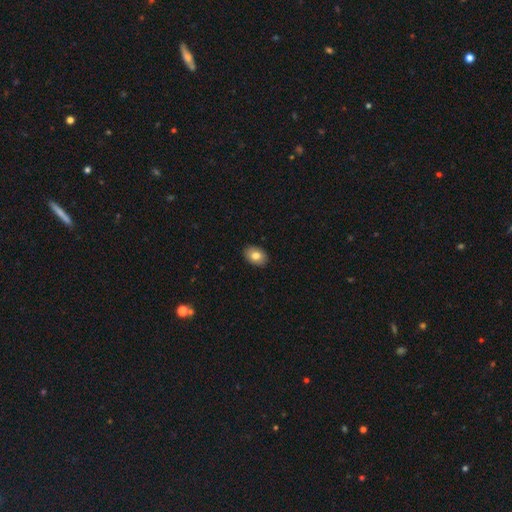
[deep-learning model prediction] smooth_or_featured: smooth (p=0.80) [alt: featured or disk p=0.12]
how_rounded: in between (p=0.79) [alt: round p=0.20]
merging: none (p=0.90) [alt: minor disturbance p=0.08]